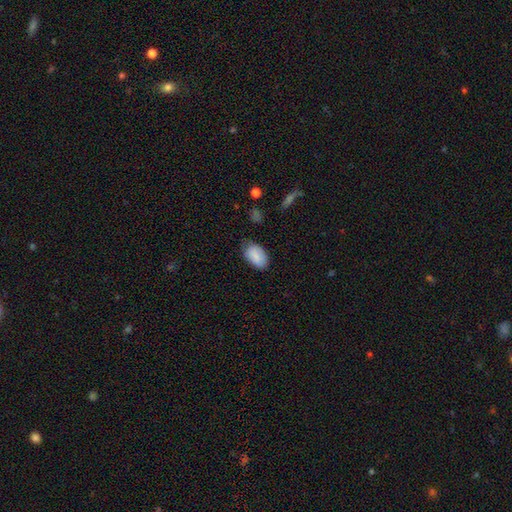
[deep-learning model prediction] This appears to be a smooth galaxy with no disk features (86%) that is in between round and cigar-shaped (93%). Merging: none (68%).